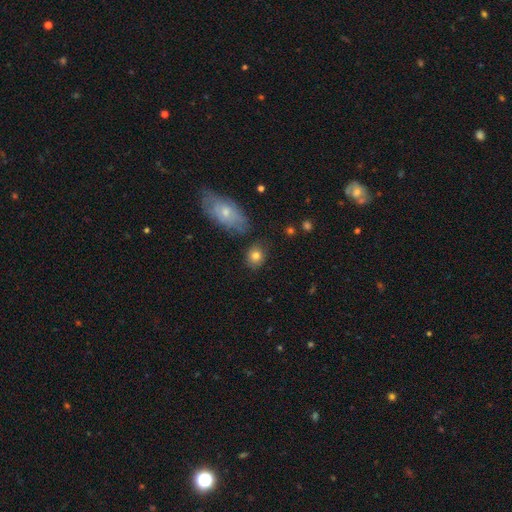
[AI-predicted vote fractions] Smooth or featured? smooth (80%)
How rounded? round (65%)
Merging? none (80%)